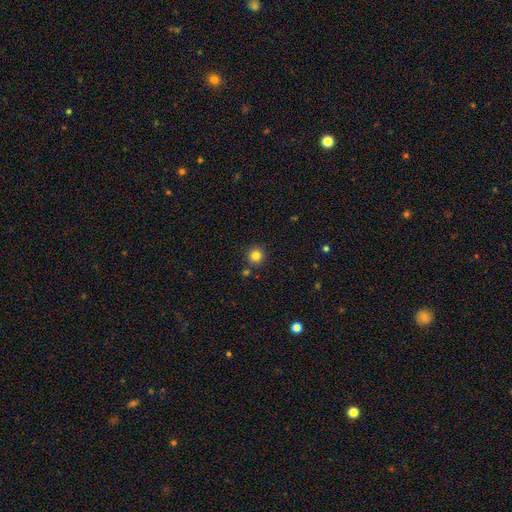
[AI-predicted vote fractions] The model was most divided on "smooth or featured": smooth: 82%, star or artifact: 12%, featured or disk: 5%. More confident: how rounded — round (95%); merging — none (85%).